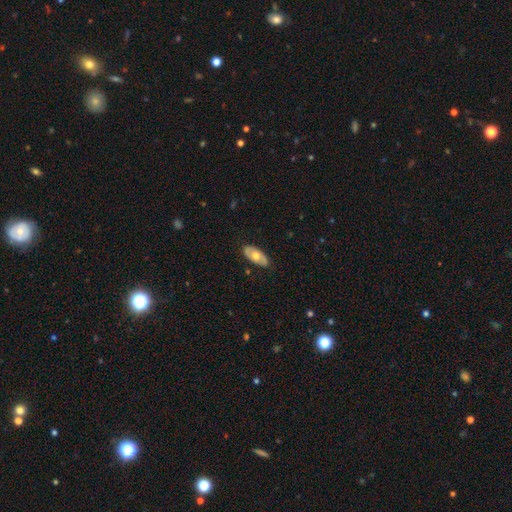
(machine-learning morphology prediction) This is possibly a smooth galaxy (48%). Merging: clearly none (85%).